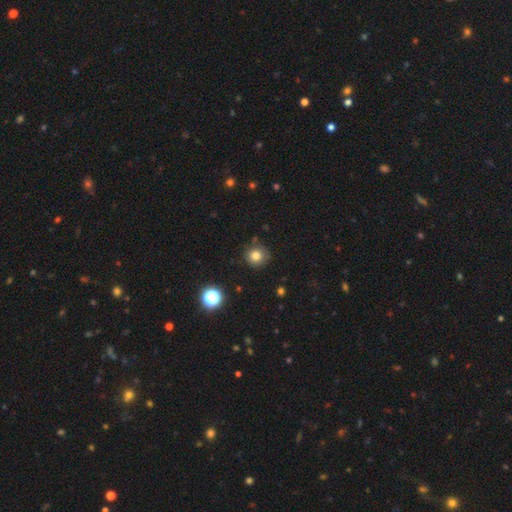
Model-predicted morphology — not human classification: A smooth galaxy with no disk features (80%) that is round (91%).

Vote fractions:
- Smooth or featured? smooth: 80% / star or artifact: 13% / featured or disk: 7%
- How rounded? round: 91% / in between: 8% / cigar-shaped: 1%
- Merging? none: 83% / minor disturbance: 11% / major disturbance: 3% / merger: 3%